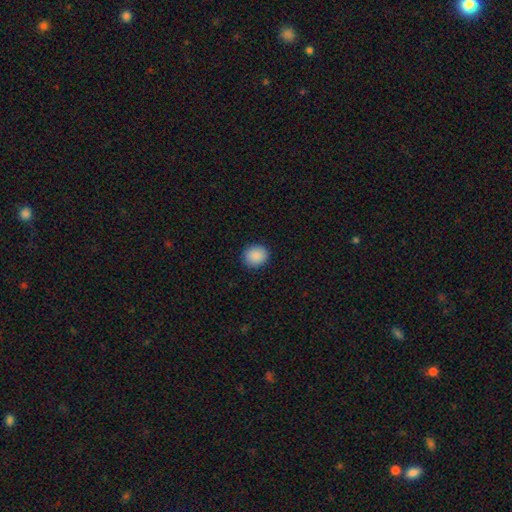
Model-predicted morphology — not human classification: smooth 89%, star or artifact 8%, featured or disk 2%. Down the decision tree: how rounded — round (82%); merging — none (91%).